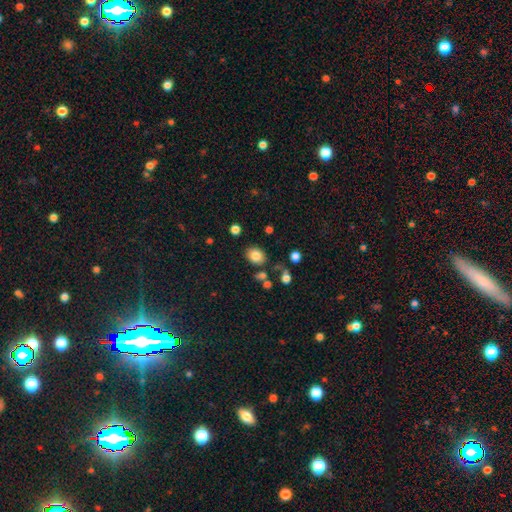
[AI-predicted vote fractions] The model was most divided on "how rounded": in between: 61%, round: 38%, cigar-shaped: 1%. More confident: smooth or featured — smooth (82%); merging — none (75%).